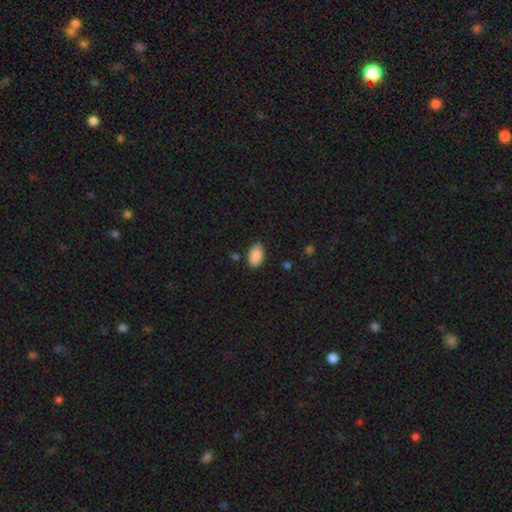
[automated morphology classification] Smooth or featured?
  - smooth: 89% *
  - star or artifact: 7%
  - featured or disk: 4%
How rounded?
  - in between: 93% *
  - round: 5%
  - cigar-shaped: 2%
Merging?
  - none: 81% *
  - minor disturbance: 15%
  - major disturbance: 3%
  - merger: 2%